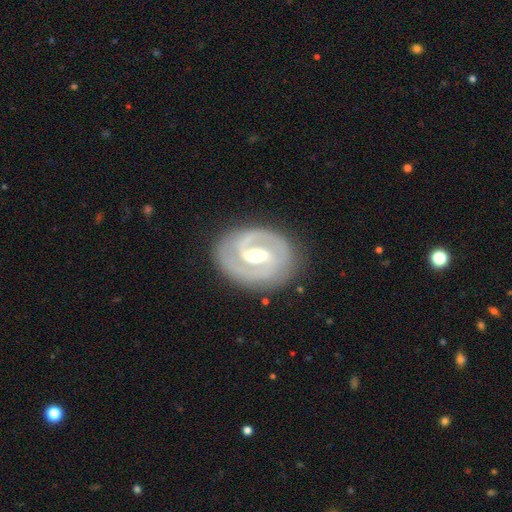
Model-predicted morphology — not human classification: This appears to be a featured or disk galaxy (88%) with a weak bar (45%), 2 (85%) tight (50%) spiral arms (93%) and a moderate central bulge (70%). Merging: none (83%).